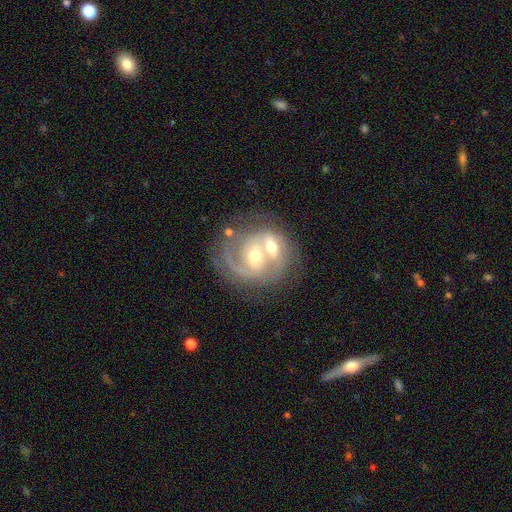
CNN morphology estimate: Smooth or featured? Predicted: featured or disk (p=0.77). Edge-on disk? Predicted: no (p=0.97). Bar? Predicted: no (p=0.56). Spiral arms? Predicted: yes (p=0.81). Spiral winding? Predicted: tight (p=0.42). Spiral arm count? Predicted: 2 (p=0.45). Bulge size? Predicted: moderate (p=0.69). Merging? Predicted: merger (p=0.64).